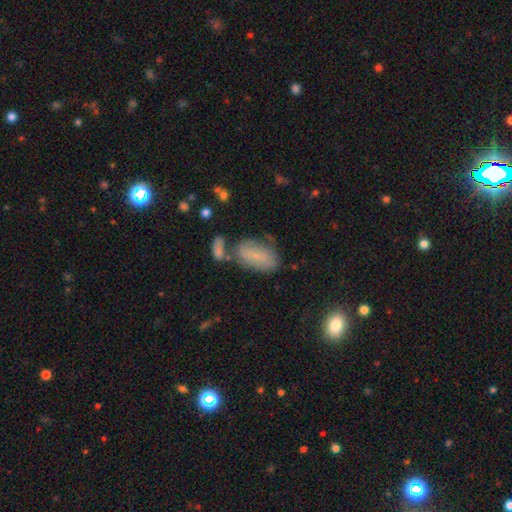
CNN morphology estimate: Smooth or featured? Predicted: smooth (p=0.62). How rounded? Predicted: in between (p=0.91). Merging? Predicted: none (p=0.51).